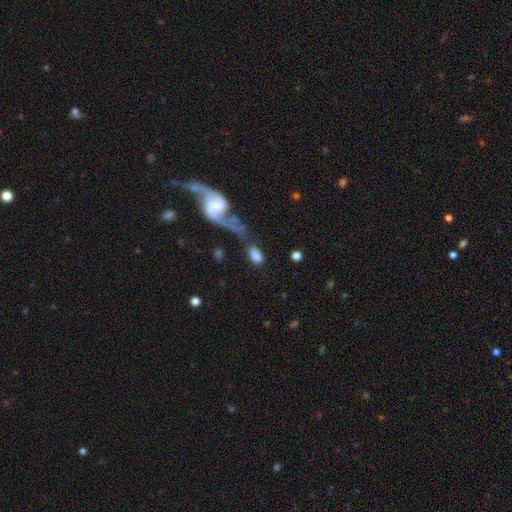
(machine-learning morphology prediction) Smooth or featured?
  - smooth: 73% *
  - featured or disk: 20%
  - star or artifact: 8%
How rounded?
  - in between: 88% *
  - round: 8%
  - cigar-shaped: 3%
Merging?
  - none: 46% *
  - merger: 23%
  - minor disturbance: 16%
  - major disturbance: 15%